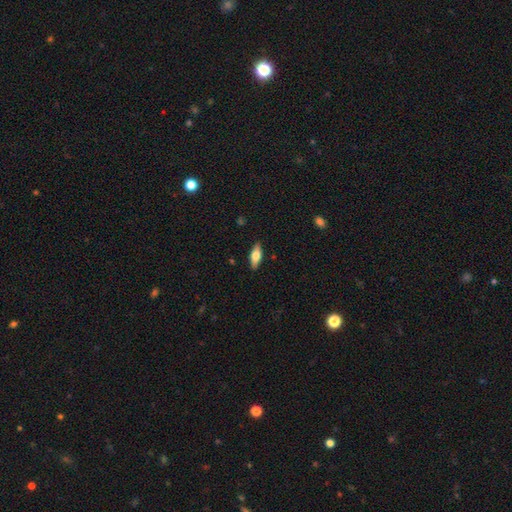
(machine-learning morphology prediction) Smooth or featured: smooth — 64% (featured or disk — 29%)
How rounded: in between — 72% (cigar-shaped — 26%)
Merging: none — 88% (minor disturbance — 9%)